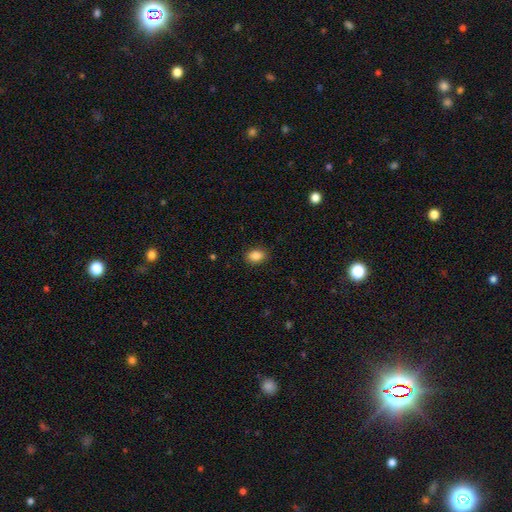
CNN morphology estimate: Overall: smooth (87%). How rounded: in between (80%). Merging: none (87%).